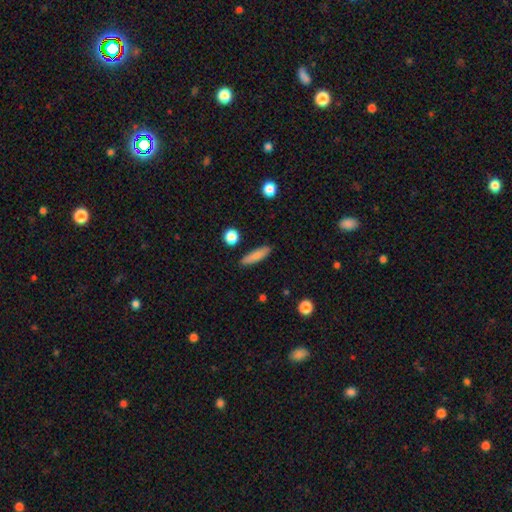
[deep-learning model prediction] smooth-or-featured: smooth: 83% | featured or disk: 9% | star or artifact: 7%
  how-rounded: cigar-shaped: 71% | in between: 26% | round: 3%
  merging: none: 87% | minor disturbance: 9% | merger: 2% | major disturbance: 2%